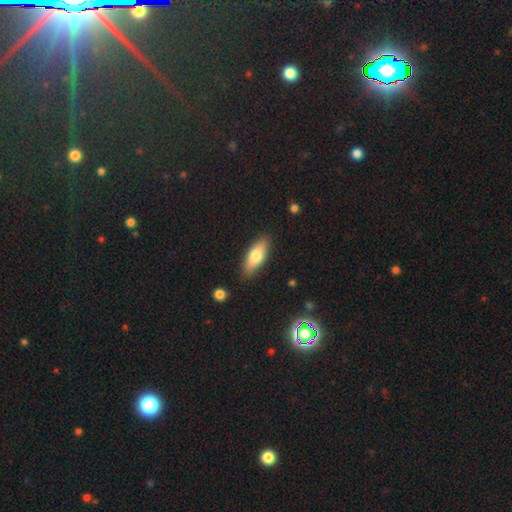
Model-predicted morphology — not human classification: Smooth or featured? smooth (74%)
How rounded? in between (71%)
Merging? none (85%)